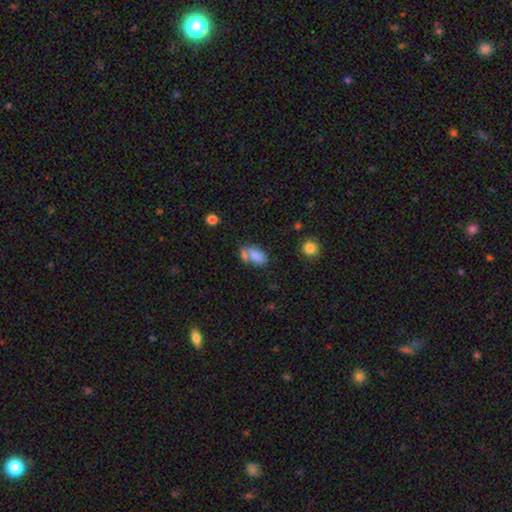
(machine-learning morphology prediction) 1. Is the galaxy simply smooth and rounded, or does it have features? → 80% smooth, 10% featured or disk, 10% star or artifact.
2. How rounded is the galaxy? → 90% in between, 7% round, 3% cigar-shaped.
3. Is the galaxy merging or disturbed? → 40% none, 36% merger, 17% minor disturbance, 7% major disturbance.